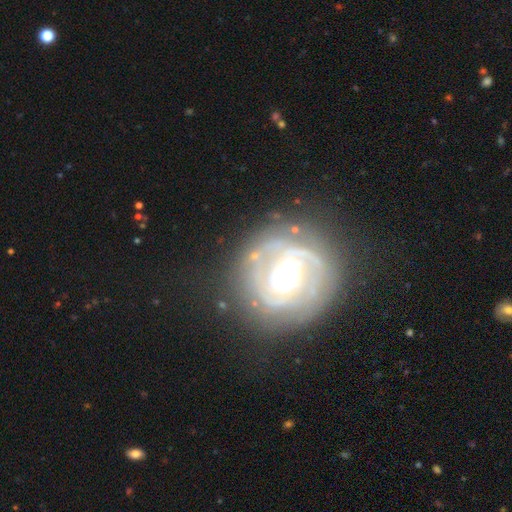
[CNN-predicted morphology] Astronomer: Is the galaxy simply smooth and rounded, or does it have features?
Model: featured or disk — 79%.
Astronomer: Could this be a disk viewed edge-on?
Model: no — 97%.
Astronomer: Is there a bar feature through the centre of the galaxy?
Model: strong — 37% (runner-up: weak, 36%).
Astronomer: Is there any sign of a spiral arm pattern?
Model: yes — 83%.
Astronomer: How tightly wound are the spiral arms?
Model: tight — 58%.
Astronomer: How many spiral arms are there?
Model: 2 — 43% (runner-up: can't tell, 24%).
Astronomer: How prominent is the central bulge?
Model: moderate — 45% (runner-up: large, 39%).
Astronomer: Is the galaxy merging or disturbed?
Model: none — 70%.